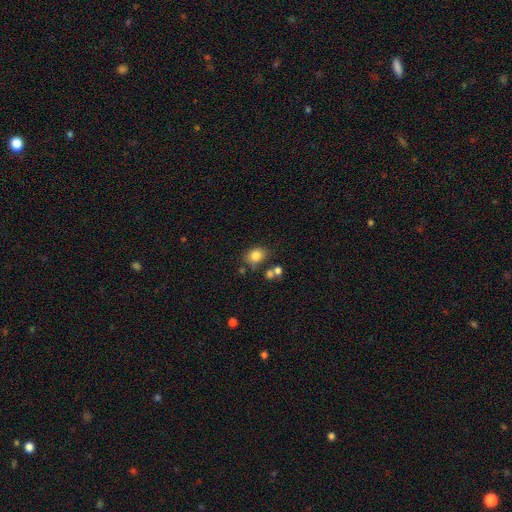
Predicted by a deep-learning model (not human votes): A smooth galaxy with no disk features (81%) that is round (52%).

Vote fractions:
- Smooth or featured? smooth: 81% / star or artifact: 11% / featured or disk: 8%
- How rounded? round: 52% / in between: 47% / cigar-shaped: 1%
- Merging? none: 67% / minor disturbance: 16% / merger: 11% / major disturbance: 5%